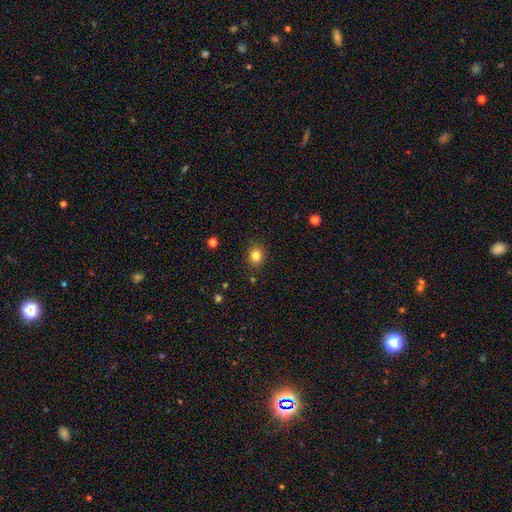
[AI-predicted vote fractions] Overall: smooth (82%). How rounded: round (67%; in between 32%). Merging: none (87%).